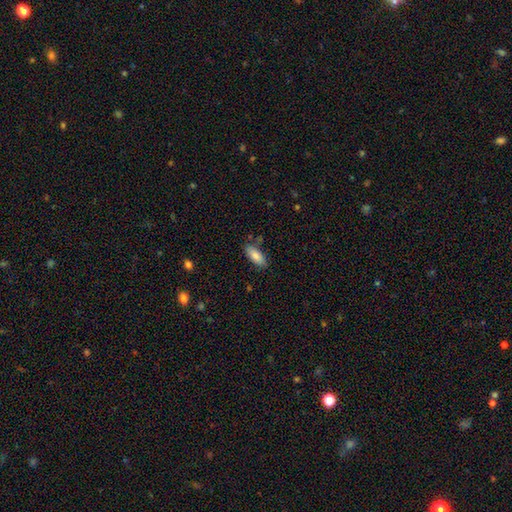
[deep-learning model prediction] Smooth or featured: smooth — 84% (featured or disk — 9%)
How rounded: in between — 81% (cigar-shaped — 17%)
Merging: none — 77% (minor disturbance — 15%)